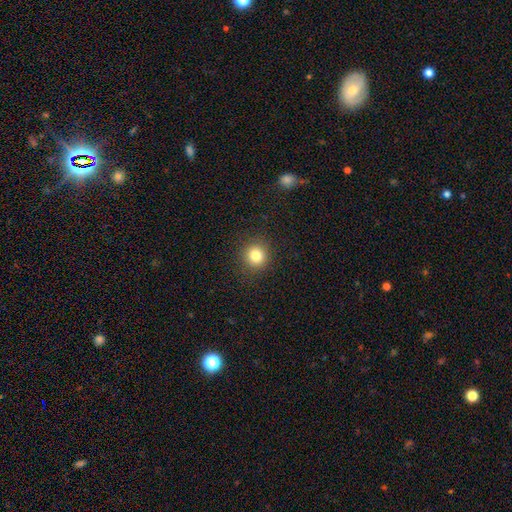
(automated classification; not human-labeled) A smooth galaxy with no disk features (82%) that is round (91%).

Vote fractions:
- Smooth or featured? smooth: 82% / star or artifact: 12% / featured or disk: 6%
- How rounded? round: 91% / in between: 8% / cigar-shaped: 1%
- Merging? none: 91% / minor disturbance: 6% / major disturbance: 2% / merger: 1%